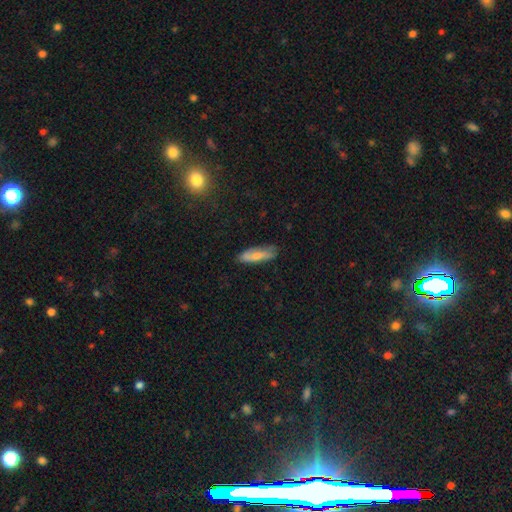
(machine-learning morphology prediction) The model was most divided on "how rounded": cigar-shaped: 57%, in between: 41%, round: 2%. More confident: merging — none (77%); smooth or featured — smooth (66%).